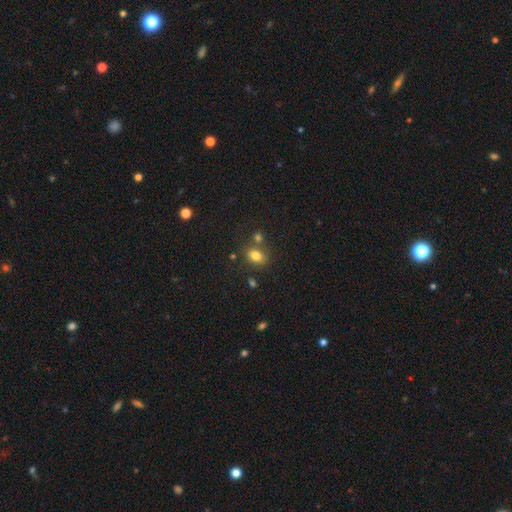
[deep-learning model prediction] The model was most divided on "how rounded": in between: 68%, round: 31%, cigar-shaped: 1%. More confident: smooth or featured — smooth (79%); merging — none (66%).